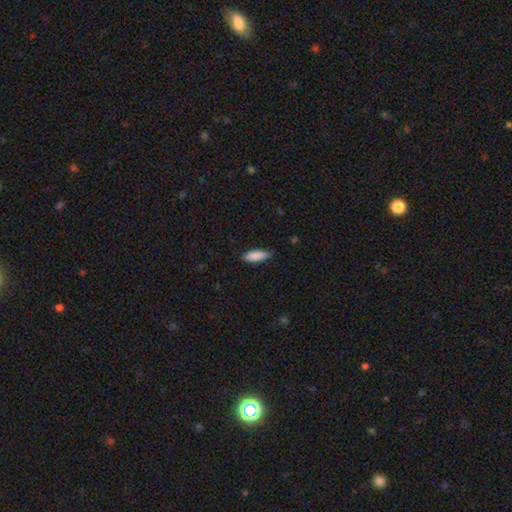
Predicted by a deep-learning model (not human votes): Overall: smooth (89%). How rounded: in between (70%). Merging: none (79%).